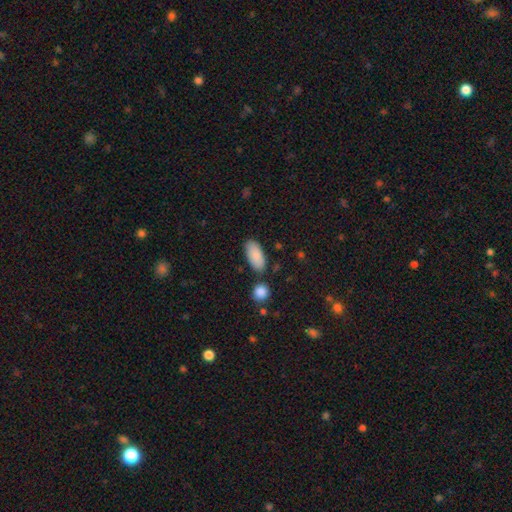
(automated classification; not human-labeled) Smooth or featured: smooth — 88% (star or artifact — 6%)
How rounded: in between — 91% (cigar-shaped — 7%)
Merging: none — 77% (minor disturbance — 13%)